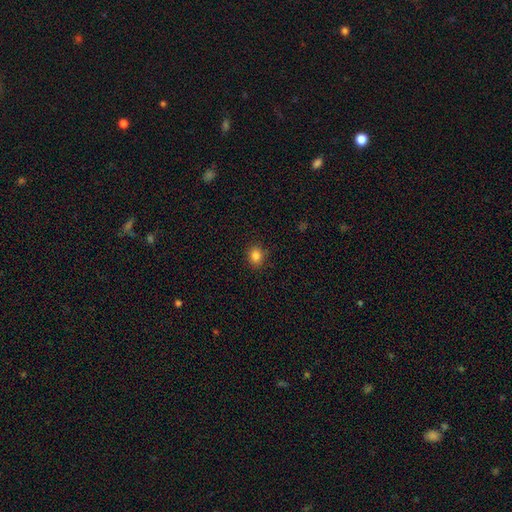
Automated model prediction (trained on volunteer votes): Smooth or featured? Predicted: smooth (p=0.84). How rounded? Predicted: round (p=0.62). Merging? Predicted: none (p=0.88).